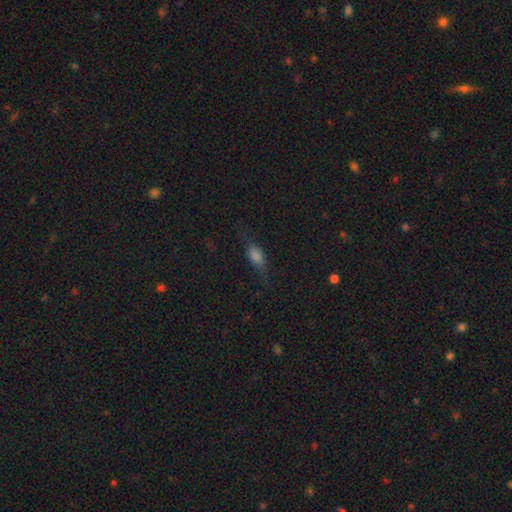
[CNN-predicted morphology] Smooth or featured: smooth — 64% (featured or disk — 23%)
How rounded: in between — 69% (cigar-shaped — 25%)
Merging: none — 67% (minor disturbance — 21%)